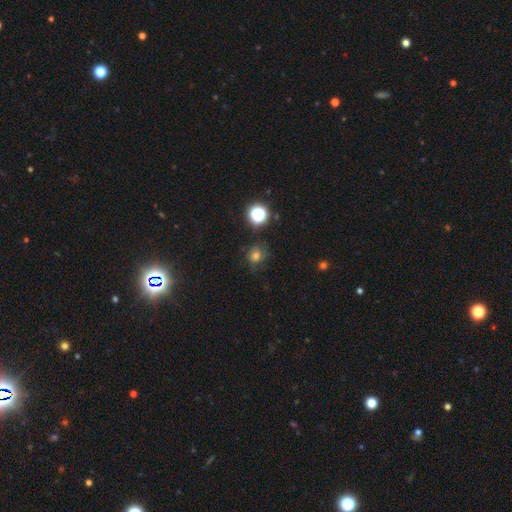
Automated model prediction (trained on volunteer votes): smooth 67%, star or artifact 22%, featured or disk 11%. Down the decision tree: how rounded — round (76%); merging — none (66%).